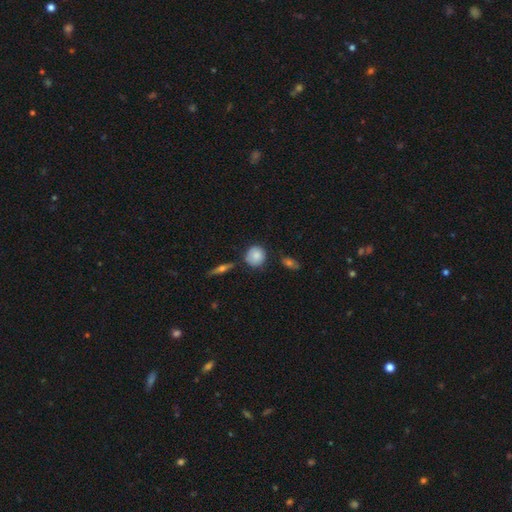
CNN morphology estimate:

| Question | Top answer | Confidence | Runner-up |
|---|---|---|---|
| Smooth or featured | smooth | 81% | featured or disk (12%) |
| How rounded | round | 87% | in between (11%) |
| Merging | none | 75% | minor disturbance (17%) |